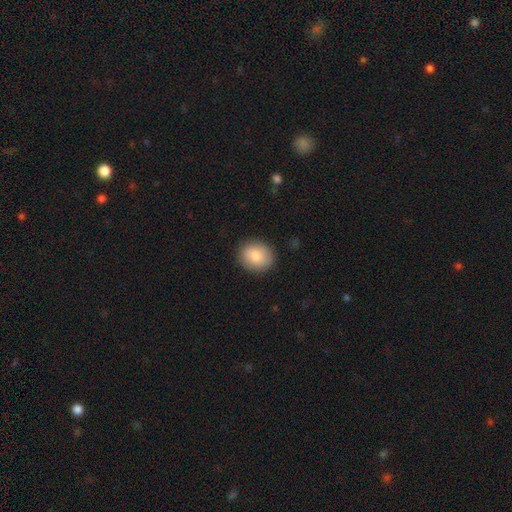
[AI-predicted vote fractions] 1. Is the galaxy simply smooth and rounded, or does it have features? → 84% smooth, 10% featured or disk, 7% star or artifact.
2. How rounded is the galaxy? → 69% round, 30% in between, 1% cigar-shaped.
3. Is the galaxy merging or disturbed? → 88% none, 8% minor disturbance, 2% major disturbance, 1% merger.